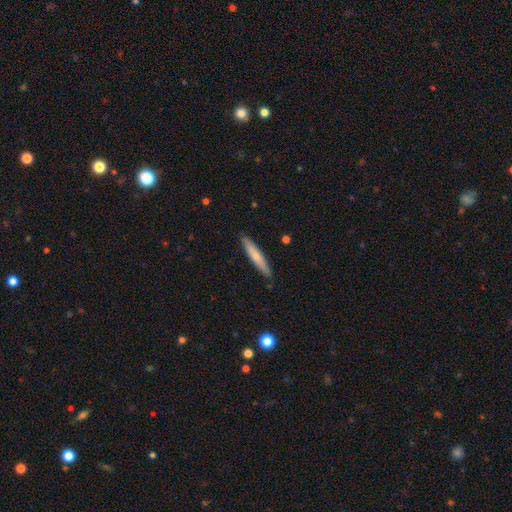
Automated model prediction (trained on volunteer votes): A smooth galaxy with no disk features (62%) that is cigar-shaped (92%). Merging: none (89%).